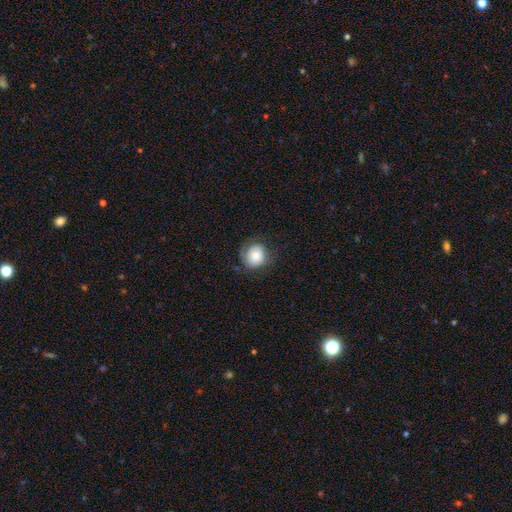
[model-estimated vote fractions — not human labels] Smooth or featured?
  - smooth: 74% *
  - featured or disk: 18%
  - star or artifact: 8%
How rounded?
  - round: 80% *
  - in between: 19%
  - cigar-shaped: 1%
Merging?
  - none: 69% *
  - minor disturbance: 20%
  - major disturbance: 10%
  - merger: 1%